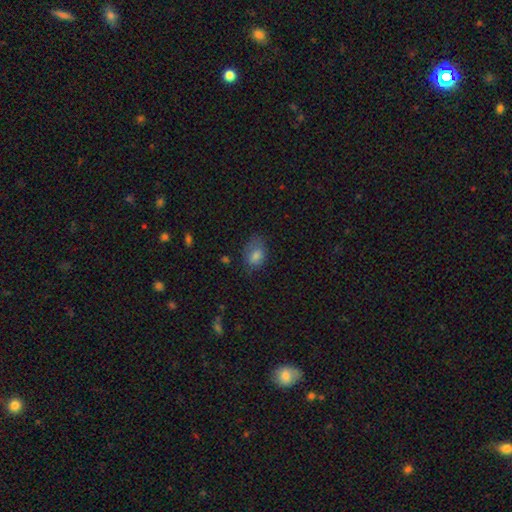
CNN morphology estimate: Smooth or featured? Predicted: smooth (p=0.76). How rounded? Predicted: in between (p=0.78). Merging? Predicted: none (p=0.52).